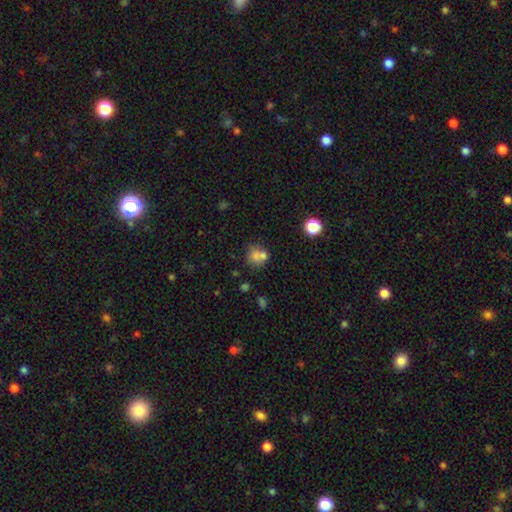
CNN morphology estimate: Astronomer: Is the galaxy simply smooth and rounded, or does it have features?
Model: smooth — 72%.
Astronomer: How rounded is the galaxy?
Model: round — 74%.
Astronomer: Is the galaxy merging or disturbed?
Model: merger — 42% (runner-up: none, 41%).